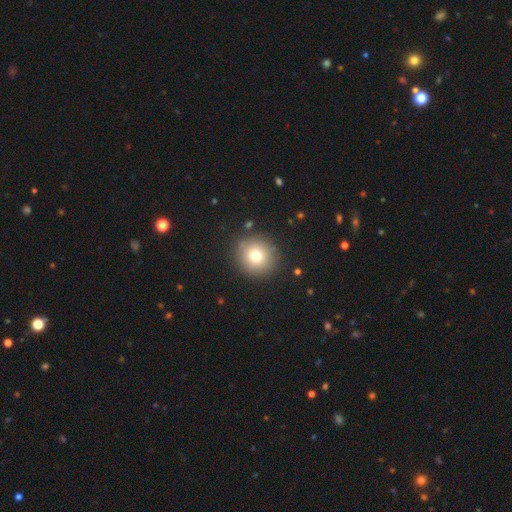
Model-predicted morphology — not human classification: Smooth or featured: smooth — 75% (star or artifact — 13%)
How rounded: round — 92% (in between — 7%)
Merging: none — 89% (minor disturbance — 7%)